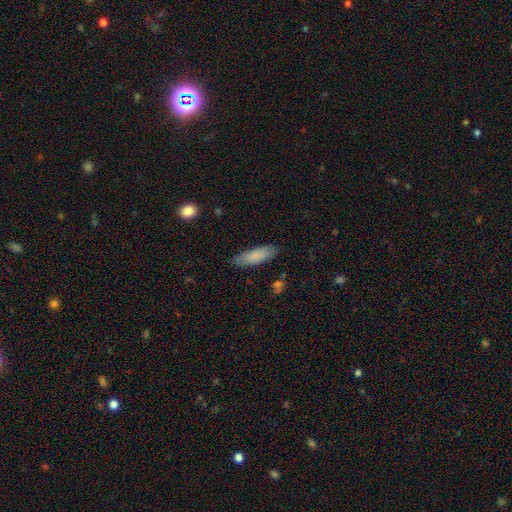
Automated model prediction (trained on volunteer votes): Smooth or featured?
  - smooth: 82% *
  - featured or disk: 12%
  - star or artifact: 6%
How rounded?
  - cigar-shaped: 51% *
  - in between: 47%
  - round: 2%
Merging?
  - none: 83% *
  - minor disturbance: 13%
  - major disturbance: 3%
  - merger: 1%